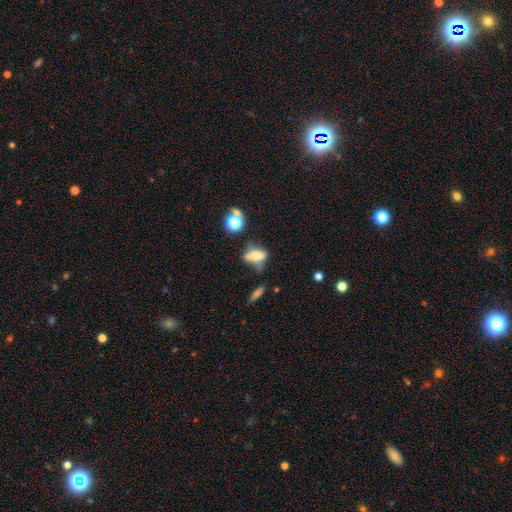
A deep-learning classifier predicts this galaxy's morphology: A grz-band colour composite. It shows a smooth galaxy with no disk features (50%) that is in between round and cigar-shaped (55%). Merging: none (48%).